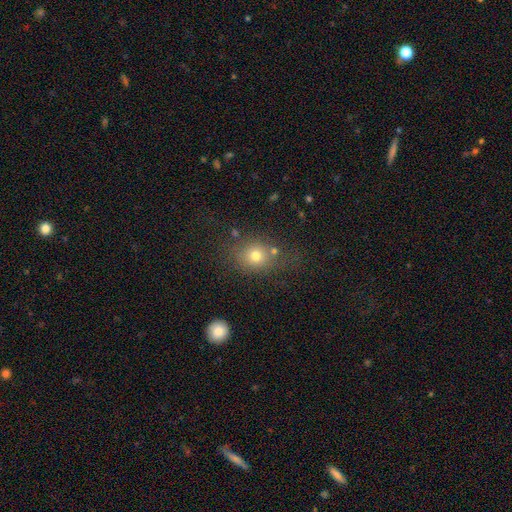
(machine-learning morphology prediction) Q: Smooth or featured?
A: smooth (72%); runner-up: star or artifact (16%)
Q: How rounded?
A: round (65%); runner-up: in between (34%)
Q: Merging?
A: none (63%); runner-up: minor disturbance (15%)